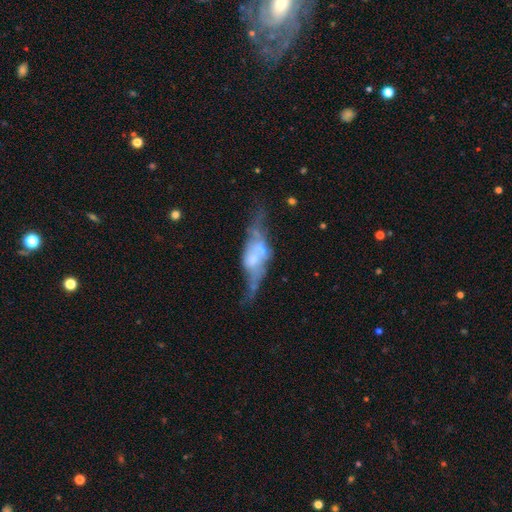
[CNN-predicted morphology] Overall: featured or disk (71%). Edge-on disk: no (65%; yes 35%). Merging: none (33%; major disturbance 23%).